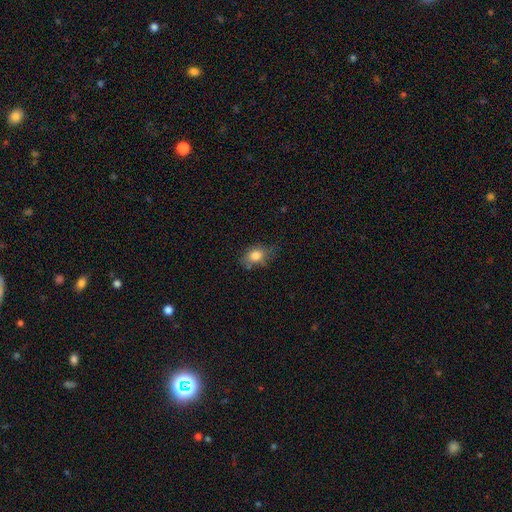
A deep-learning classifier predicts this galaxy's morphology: Smooth or featured? smooth (80%)
How rounded? in between (72%)
Merging? none (59%)